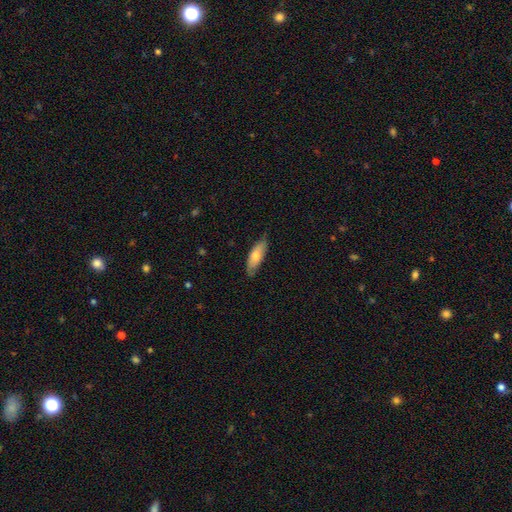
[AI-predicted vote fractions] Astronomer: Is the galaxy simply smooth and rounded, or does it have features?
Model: smooth — 70%.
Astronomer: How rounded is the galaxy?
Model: in between — 59% (runner-up: cigar-shaped, 39%).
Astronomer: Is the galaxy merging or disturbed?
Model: none — 74%.